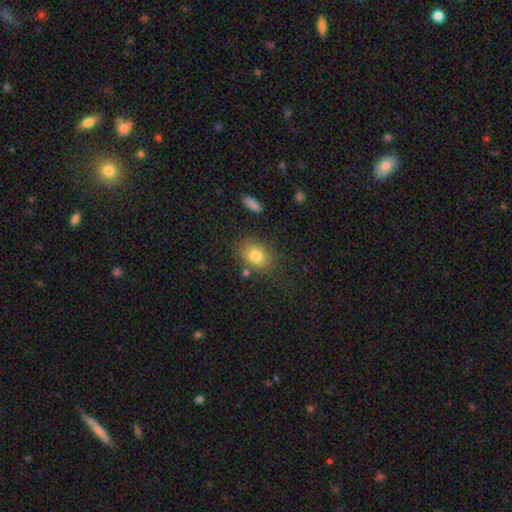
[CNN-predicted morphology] smooth_or_featured: smooth (p=0.79) [alt: featured or disk p=0.11]
how_rounded: in between (p=0.69) [alt: round p=0.29]
merging: none (p=0.77) [alt: minor disturbance p=0.14]